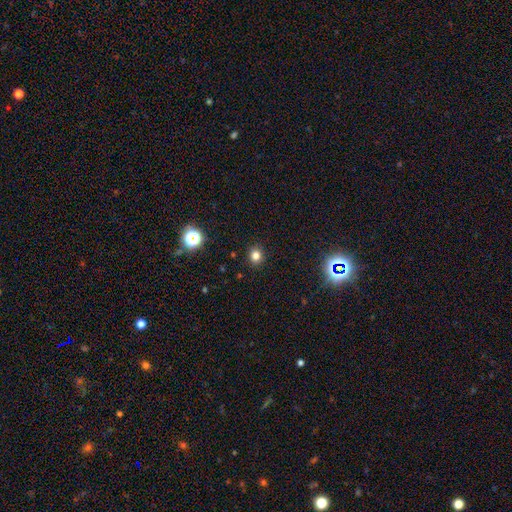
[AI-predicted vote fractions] Smooth or featured? Predicted: smooth (p=0.79). How rounded? Predicted: round (p=0.82). Merging? Predicted: none (p=0.91).